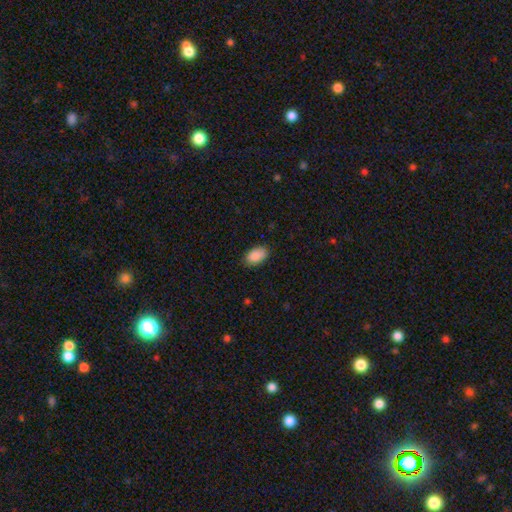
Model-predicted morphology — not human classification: This is clearly a smooth galaxy (90%). How rounded: clearly in between (93%). Merging: clearly none (85%).